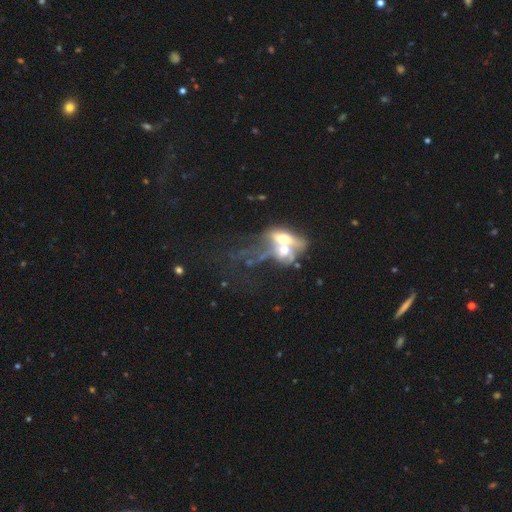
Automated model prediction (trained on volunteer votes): This appears to be a featured or disk galaxy (43%). Merging: merger (50%).